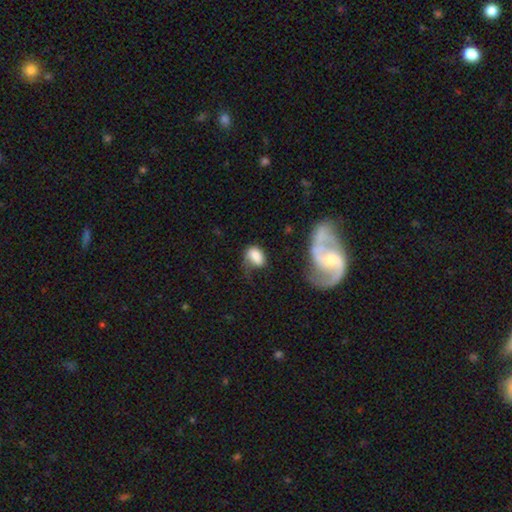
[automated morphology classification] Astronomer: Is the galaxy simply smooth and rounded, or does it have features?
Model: smooth — 74%.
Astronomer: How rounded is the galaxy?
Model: in between — 81%.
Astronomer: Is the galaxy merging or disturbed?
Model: none — 33% (runner-up: major disturbance, 30%).